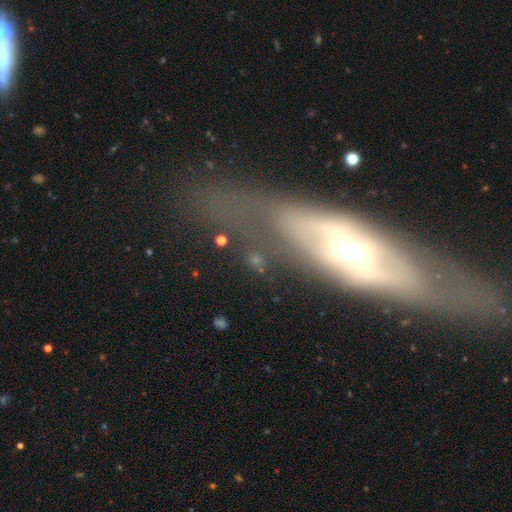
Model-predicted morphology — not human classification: Q: Smooth or featured?
A: featured or disk (59%); runner-up: smooth (28%)
Q: Edge-on disk?
A: no (58%); runner-up: yes (42%)
Q: Merging?
A: none (43%); runner-up: major disturbance (32%)